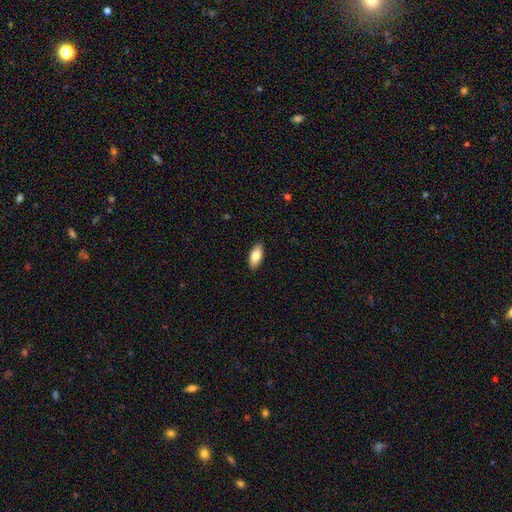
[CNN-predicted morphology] This appears to be a smooth galaxy with no disk features (82%) that is in between round and cigar-shaped (87%). Merging: none (90%).